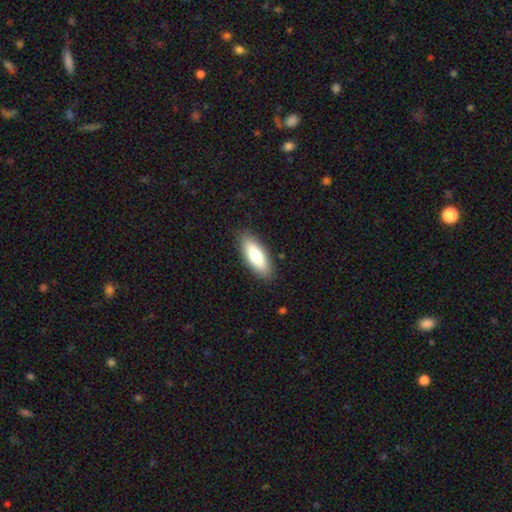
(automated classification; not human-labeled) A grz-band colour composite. It shows a smooth galaxy with no disk features (75%) that is in between round and cigar-shaped (70%). Merging: none (87%).